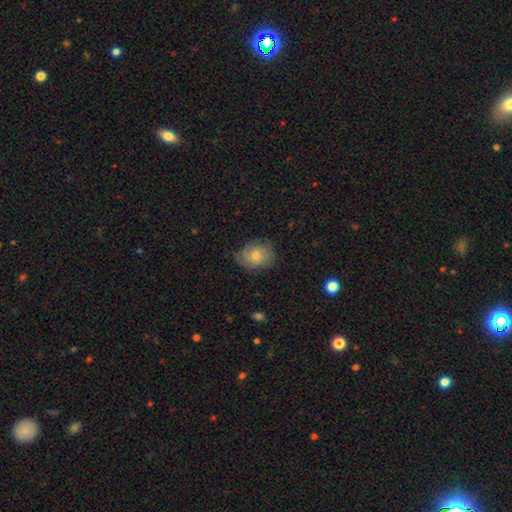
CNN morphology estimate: Smooth or featured?
  - featured or disk: 48% *
  - smooth: 43%
  - star or artifact: 9%
Merging?
  - none: 71% *
  - minor disturbance: 21%
  - major disturbance: 6%
  - merger: 1%